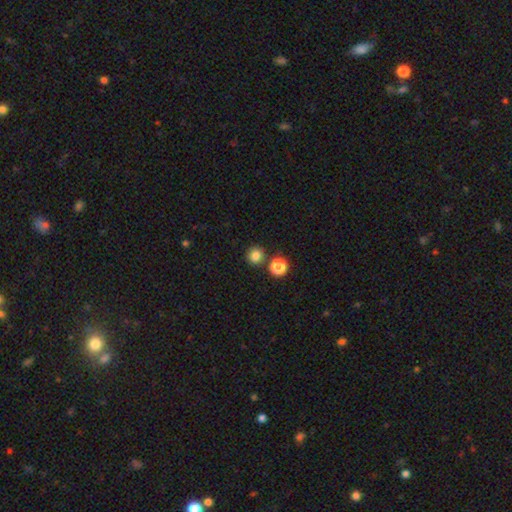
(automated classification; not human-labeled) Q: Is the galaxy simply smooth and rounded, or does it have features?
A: smooth — 82%.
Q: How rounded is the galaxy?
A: round — 87%.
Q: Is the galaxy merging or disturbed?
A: none — 80%.